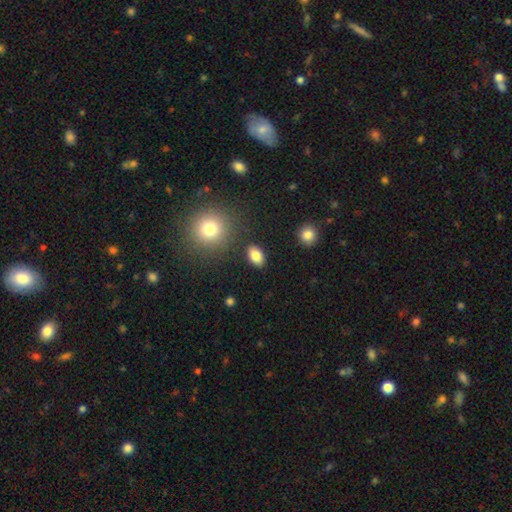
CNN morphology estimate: Overall: smooth (83%). How rounded: in between (86%). Merging: none (86%).